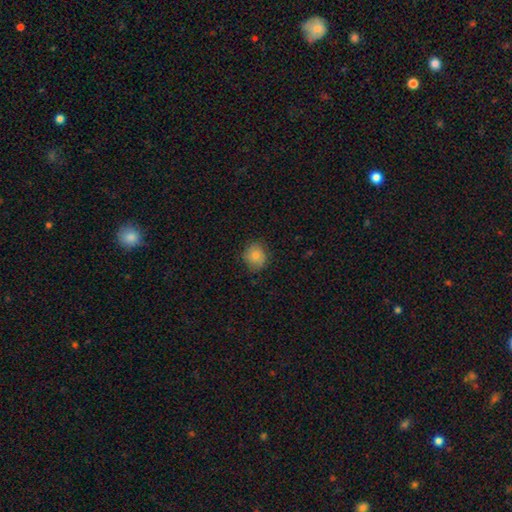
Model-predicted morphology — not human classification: Smooth or featured: smooth — 80% (featured or disk — 11%)
How rounded: round — 80% (in between — 19%)
Merging: none — 79% (minor disturbance — 16%)